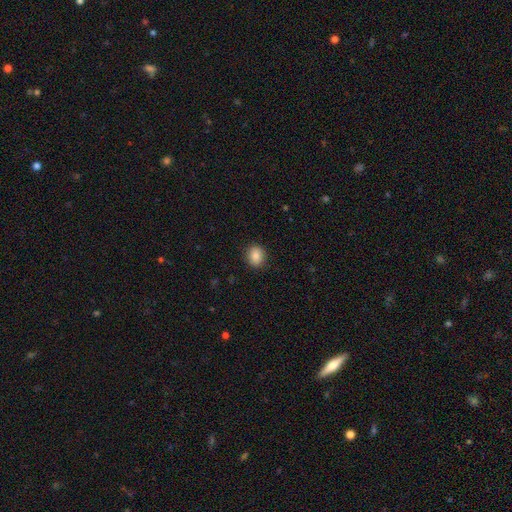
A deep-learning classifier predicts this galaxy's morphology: Overall: smooth (85%). How rounded: round (62%; in between 37%). Merging: none (90%).